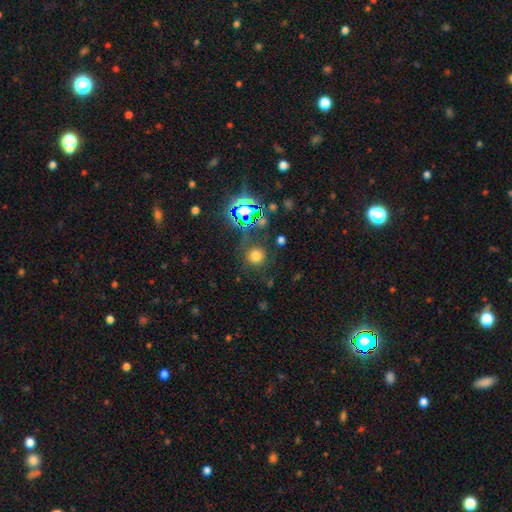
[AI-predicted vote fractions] Overall: smooth (66%; star or artifact 27%). How rounded: round (93%). Merging: none (81%).